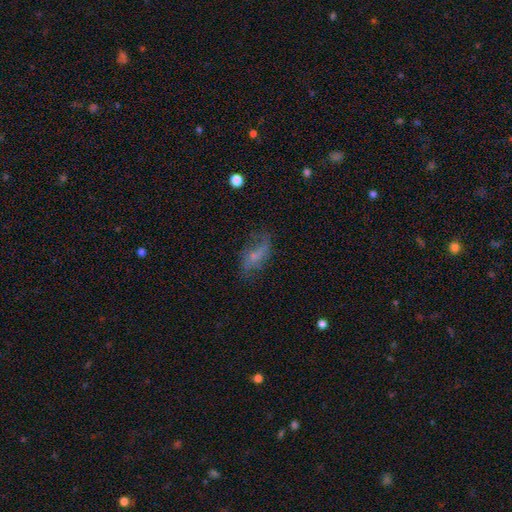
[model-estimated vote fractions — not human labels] Morphology: type=featured or disk (48%); merging=none (52%).